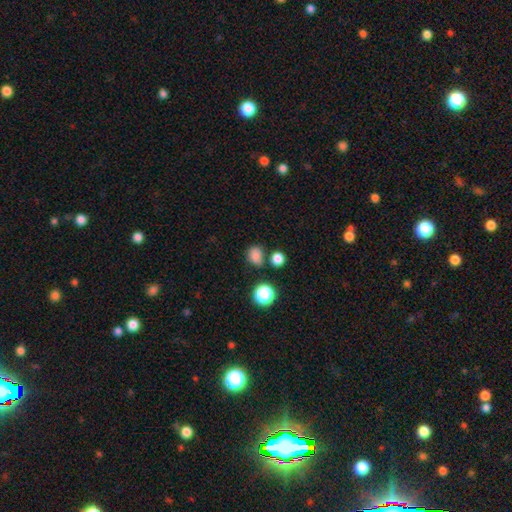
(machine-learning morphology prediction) Smooth or featured? smooth (79%)
How rounded? round (61%)
Merging? none (67%)